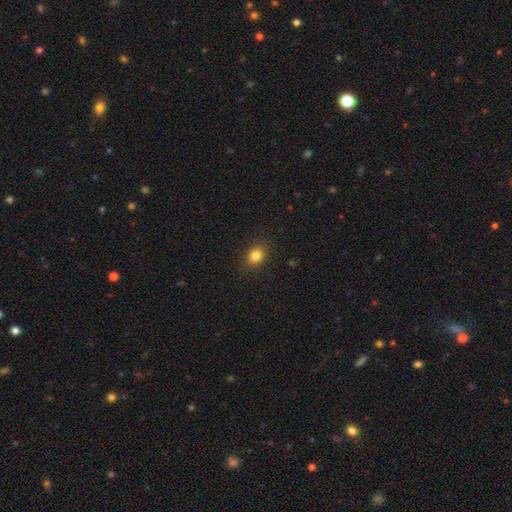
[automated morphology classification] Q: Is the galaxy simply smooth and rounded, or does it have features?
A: smooth — 83%.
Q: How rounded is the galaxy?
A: in between — 50%.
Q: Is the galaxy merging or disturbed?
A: none — 87%.